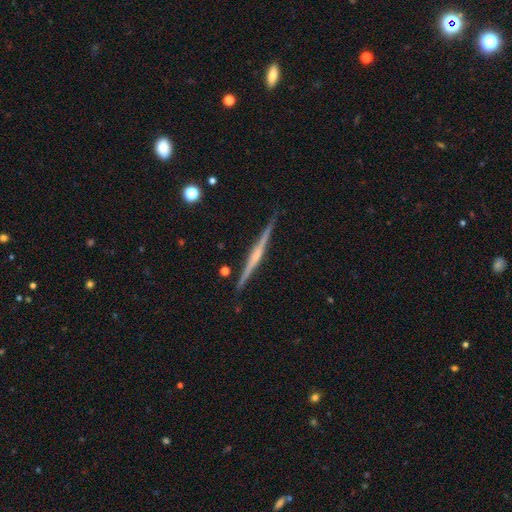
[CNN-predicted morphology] A featured or disk galaxy (81%) viewed edge-on (99%) with a rounded central bulge (57%).

Vote fractions:
- Smooth or featured? featured or disk: 81% / smooth: 14% / star or artifact: 5%
- Edge-on disk? yes: 99% / no: 1%
- Edge-on bulge? rounded: 57% / none: 30% / boxy: 13%
- Merging? none: 90% / minor disturbance: 7% / major disturbance: 1% / merger: 1%